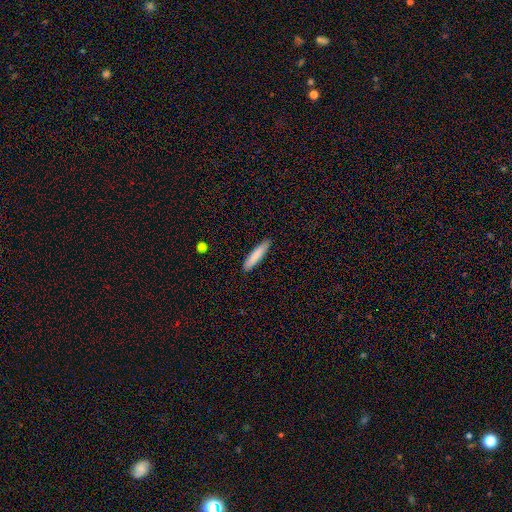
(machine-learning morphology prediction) This appears to be a smooth galaxy with no disk features (84%) that is cigar-shaped (86%). Merging: none (90%).